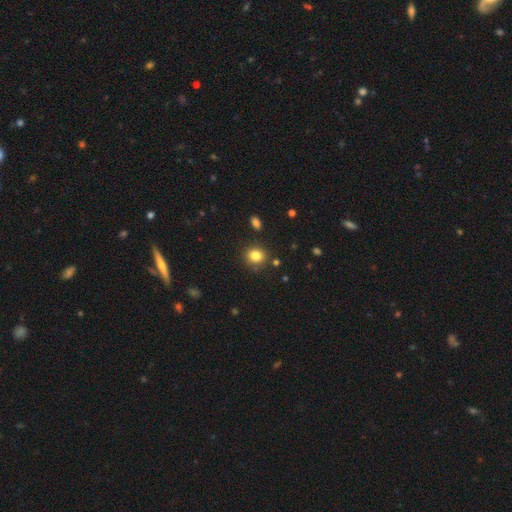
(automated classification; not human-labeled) smooth_or_featured: smooth (p=0.83) [alt: star or artifact p=0.11]
how_rounded: round (p=0.74) [alt: in between p=0.25]
merging: none (p=0.85) [alt: minor disturbance p=0.10]